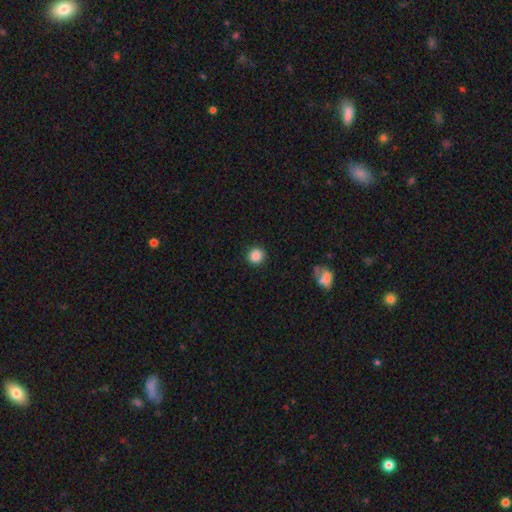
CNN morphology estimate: Smooth or featured?
  - smooth: 87% *
  - star or artifact: 10%
  - featured or disk: 3%
How rounded?
  - round: 93% *
  - in between: 6%
  - cigar-shaped: 1%
Merging?
  - none: 91% *
  - minor disturbance: 6%
  - major disturbance: 2%
  - merger: 1%